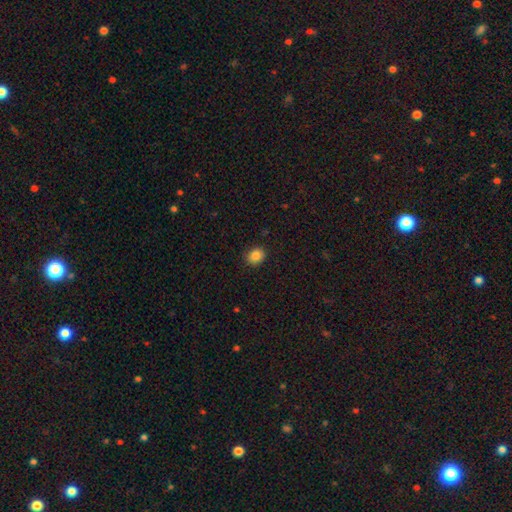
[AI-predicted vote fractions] A smooth galaxy with no disk features (85%) that is round (61%).

Vote fractions:
- Smooth or featured? smooth: 85% / star or artifact: 10% / featured or disk: 5%
- How rounded? round: 61% / in between: 38% / cigar-shaped: 1%
- Merging? none: 88% / minor disturbance: 9% / major disturbance: 2% / merger: 1%